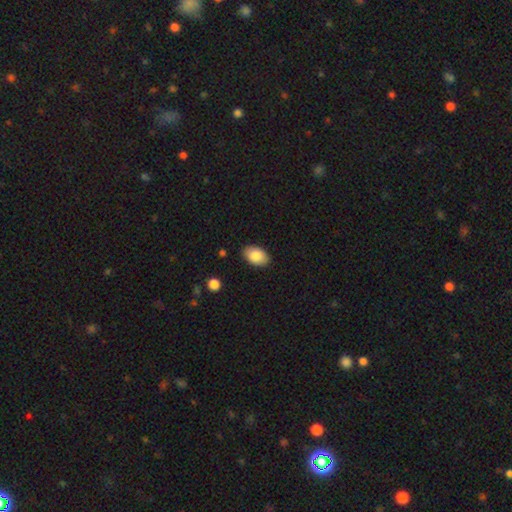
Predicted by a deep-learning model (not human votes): Smooth or featured? smooth (86%)
How rounded? in between (92%)
Merging? none (88%)